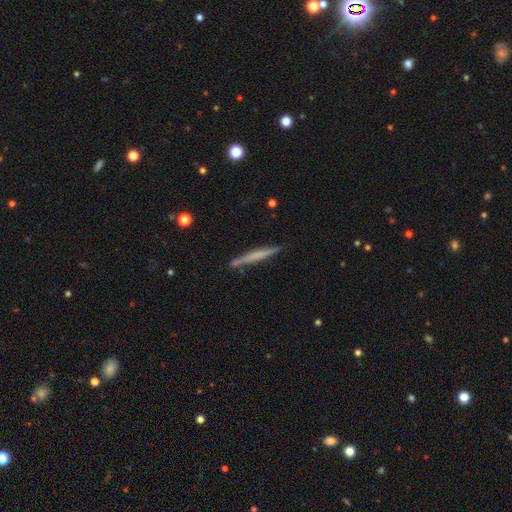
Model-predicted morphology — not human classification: smooth-or-featured: featured or disk: 48% | smooth: 46% | star or artifact: 6%
  merging: none: 87% | minor disturbance: 9% | merger: 2% | major disturbance: 2%